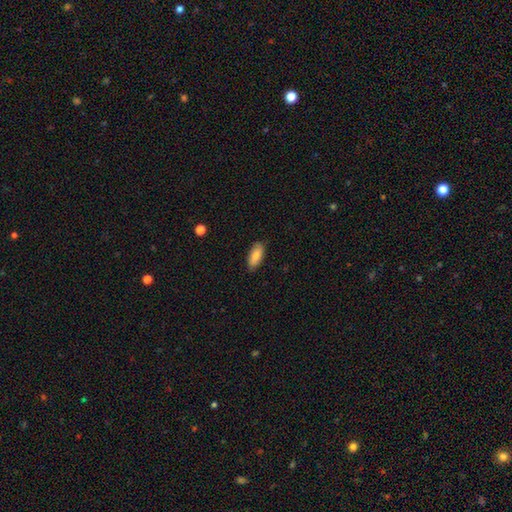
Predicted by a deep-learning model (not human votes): A smooth galaxy with no disk features (84%) that is in between round and cigar-shaped (86%). Merging: none (84%).